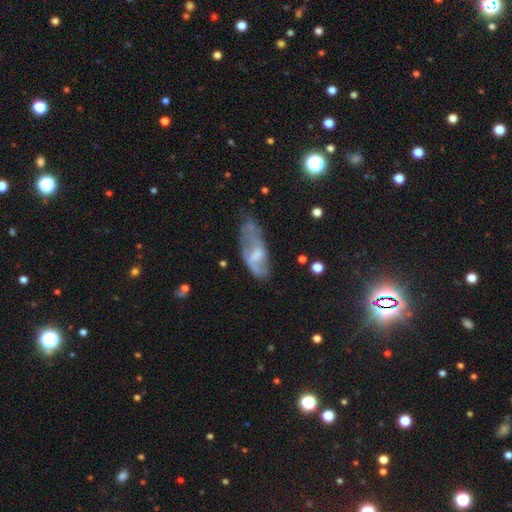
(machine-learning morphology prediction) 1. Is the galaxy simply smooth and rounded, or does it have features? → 51% featured or disk, 41% smooth, 8% star or artifact.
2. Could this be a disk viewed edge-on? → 88% no, 12% yes.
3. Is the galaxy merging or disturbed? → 36% none, 32% minor disturbance, 26% major disturbance, 6% merger.